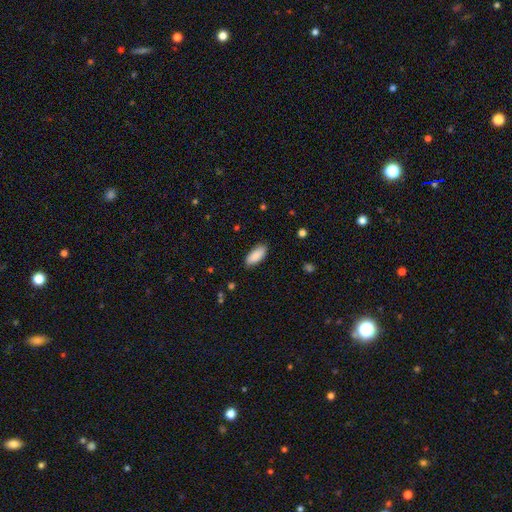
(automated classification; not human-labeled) A smooth galaxy with no disk features (89%) that is in between round and cigar-shaped (83%).

Vote fractions:
- Smooth or featured? smooth: 89% / star or artifact: 6% / featured or disk: 5%
- How rounded? in between: 83% / cigar-shaped: 15% / round: 2%
- Merging? none: 86% / minor disturbance: 11% / major disturbance: 2% / merger: 1%